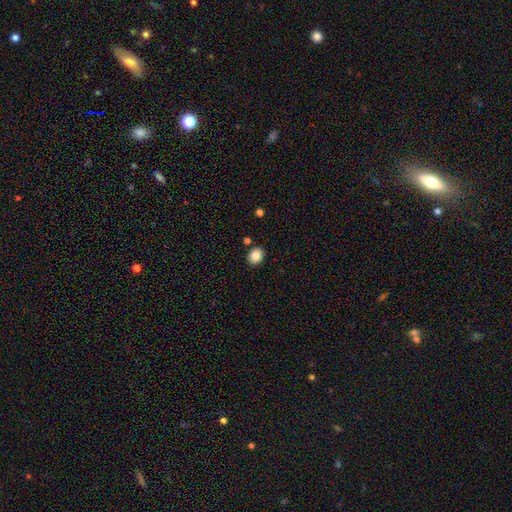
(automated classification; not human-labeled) Overall: smooth (86%). How rounded: round (58%; in between 42%). Merging: none (87%).